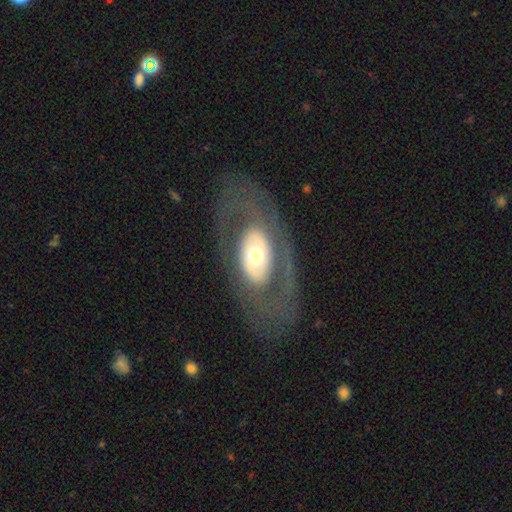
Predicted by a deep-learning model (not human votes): Morphology: type=featured or disk (67%); edge-on=no (90%); bar=no (77%); spiral arms=no (65%); bulge=moderate (60%); merging=none (74%).